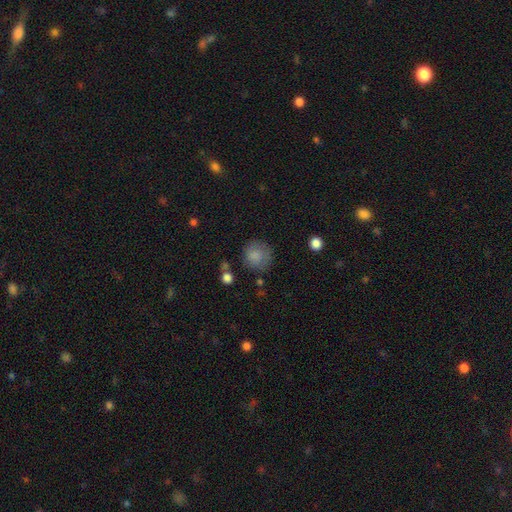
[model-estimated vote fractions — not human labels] smooth_or_featured: smooth (p=0.82) [alt: star or artifact p=0.09]
how_rounded: round (p=0.88) [alt: in between p=0.11]
merging: none (p=0.71) [alt: minor disturbance p=0.18]